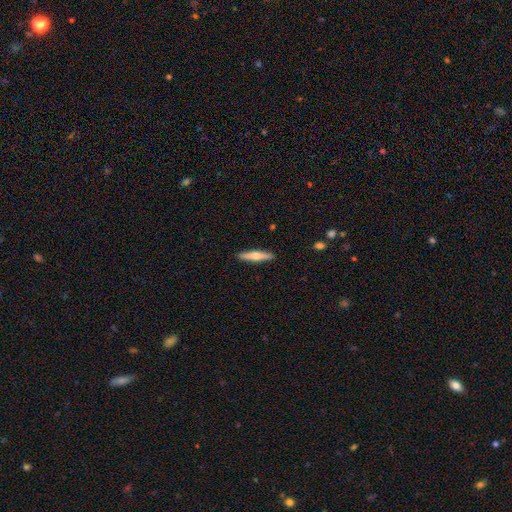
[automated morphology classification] type=featured or disk (54%); edge-on=yes (96%); edge-on bulge=rounded (91%); merging=none (91%).